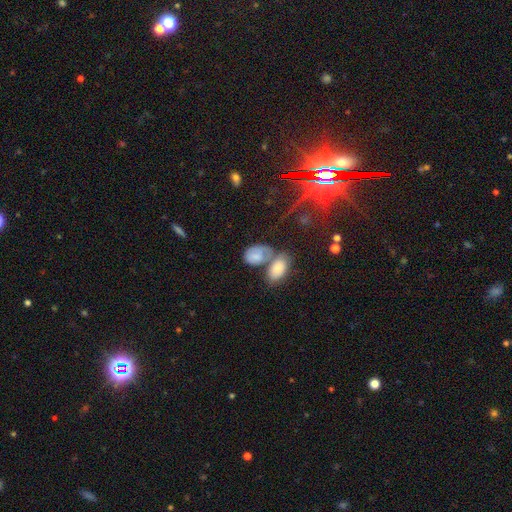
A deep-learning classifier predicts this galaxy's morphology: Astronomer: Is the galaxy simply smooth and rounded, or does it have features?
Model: smooth — 71%.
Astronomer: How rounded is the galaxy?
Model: in between — 84%.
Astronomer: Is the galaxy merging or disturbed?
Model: merger — 50% (runner-up: none, 27%).